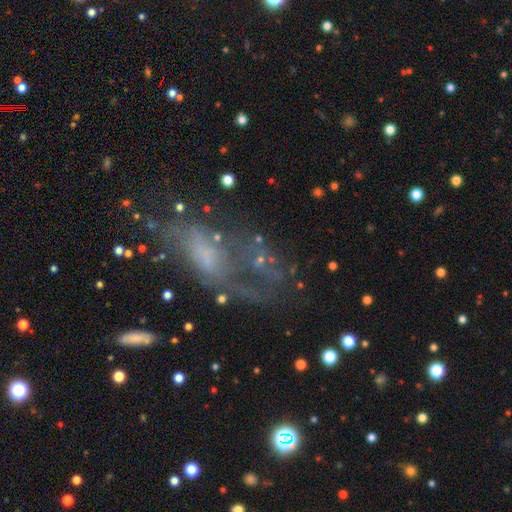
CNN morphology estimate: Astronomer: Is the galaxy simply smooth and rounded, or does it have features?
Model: featured or disk — 53%.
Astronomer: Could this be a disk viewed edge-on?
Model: no — 88%.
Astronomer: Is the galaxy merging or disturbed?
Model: none — 43% (runner-up: major disturbance, 29%).